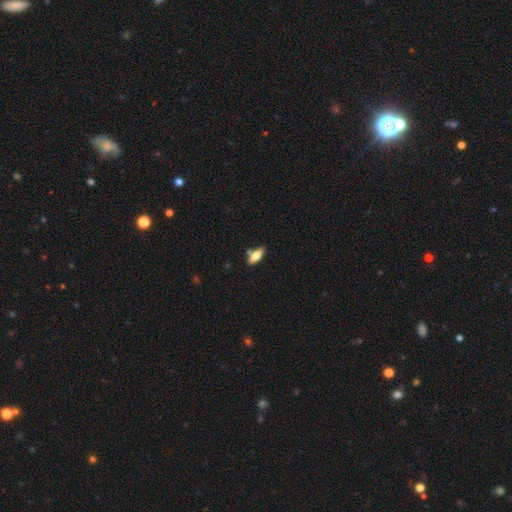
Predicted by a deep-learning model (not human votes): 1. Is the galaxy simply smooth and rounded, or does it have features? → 68% smooth, 25% featured or disk, 7% star or artifact.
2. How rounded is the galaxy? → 71% in between, 26% cigar-shaped, 3% round.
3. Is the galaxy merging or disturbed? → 73% none, 14% minor disturbance, 9% merger, 3% major disturbance.